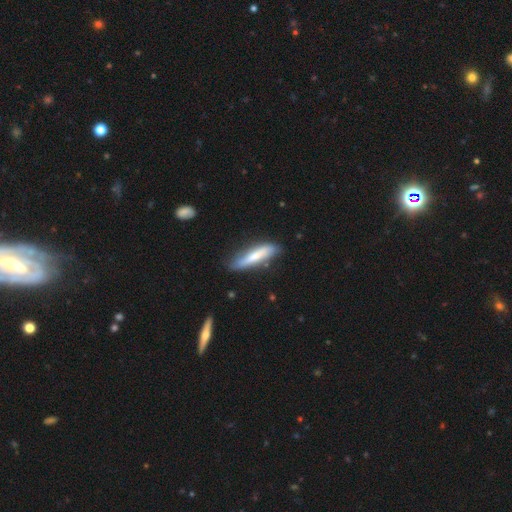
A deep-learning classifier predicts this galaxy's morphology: Q: Smooth or featured?
A: smooth (64%); runner-up: featured or disk (30%)
Q: How rounded?
A: cigar-shaped (80%); runner-up: in between (18%)
Q: Merging?
A: none (73%); runner-up: minor disturbance (20%)